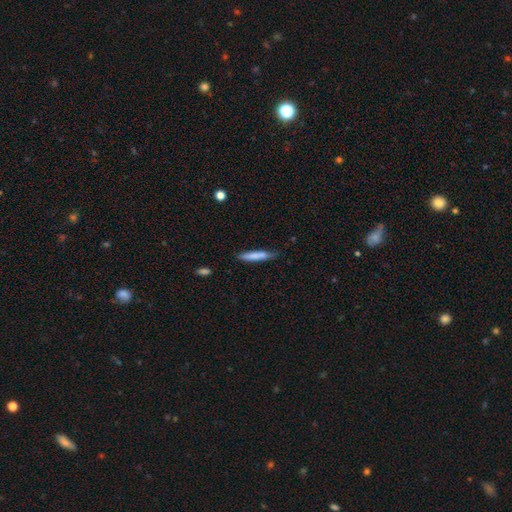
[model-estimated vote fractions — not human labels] The model was most divided on "merging": none: 76%, minor disturbance: 19%, major disturbance: 3%, merger: 2%. More confident: how rounded — cigar-shaped (90%); smooth or featured — smooth (76%).